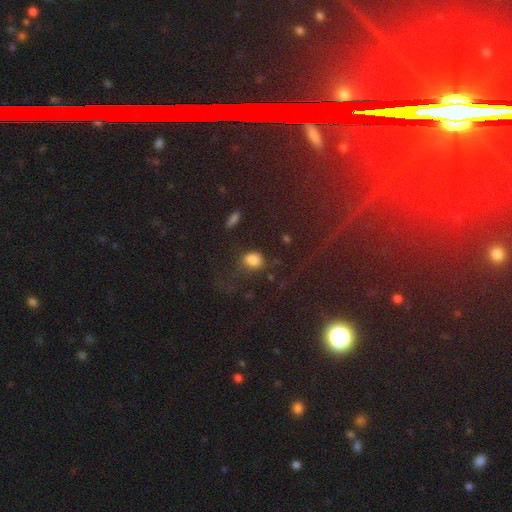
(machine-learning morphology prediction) star or artifact 72%, smooth 15%, featured or disk 13%.